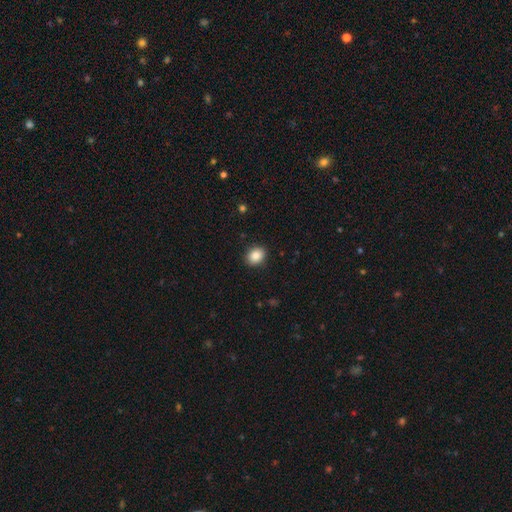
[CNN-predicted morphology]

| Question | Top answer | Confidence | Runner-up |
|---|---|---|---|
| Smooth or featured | smooth | 87% | star or artifact (8%) |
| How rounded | in between | 54% | round (46%) |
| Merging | none | 90% | minor disturbance (7%) |